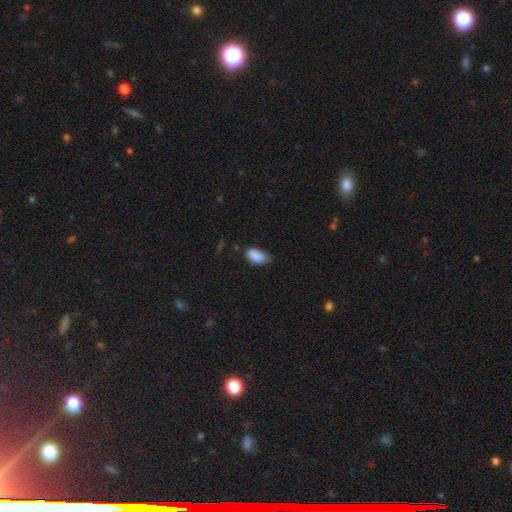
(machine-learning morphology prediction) smooth-or-featured: smooth: 88% | star or artifact: 8% | featured or disk: 4%
  how-rounded: in between: 93% | round: 5% | cigar-shaped: 2%
  merging: none: 59% | minor disturbance: 34% | major disturbance: 6% | merger: 2%